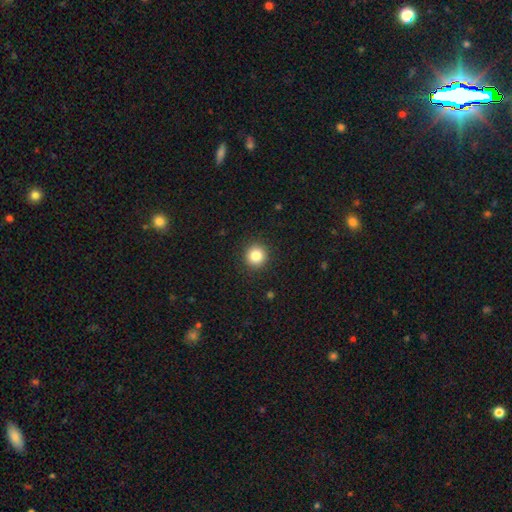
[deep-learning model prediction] smooth_or_featured: smooth (p=0.84) [alt: star or artifact p=0.11]
how_rounded: round (p=0.94) [alt: in between p=0.06]
merging: none (p=0.92) [alt: minor disturbance p=0.05]